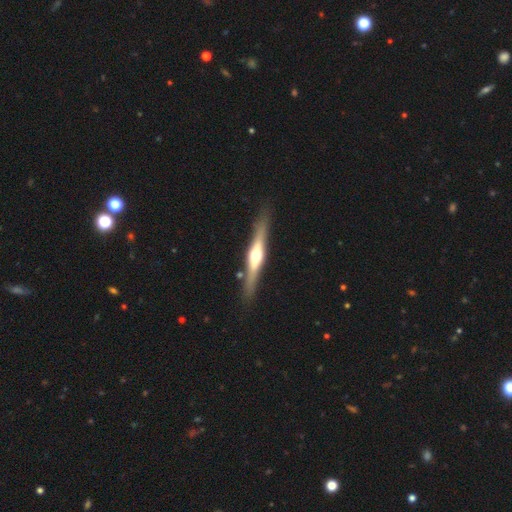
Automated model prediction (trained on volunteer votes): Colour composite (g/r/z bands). It shows a featured or disk galaxy (72%) viewed edge-on (97%) with a rounded central bulge (91%). Merging: none (85%).